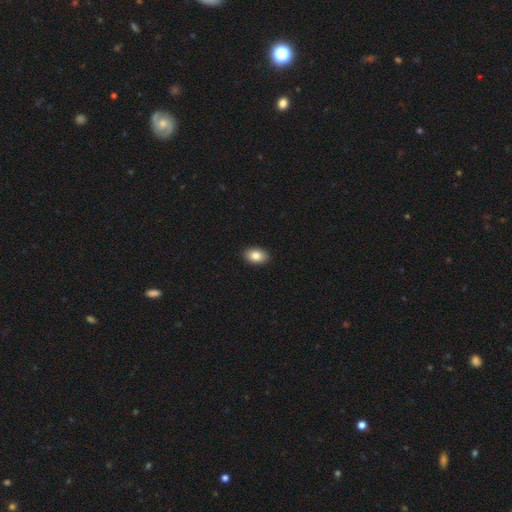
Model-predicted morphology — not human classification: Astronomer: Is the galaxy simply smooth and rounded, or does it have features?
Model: smooth — 85%.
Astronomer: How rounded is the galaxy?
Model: in between — 85%.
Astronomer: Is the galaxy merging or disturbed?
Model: none — 91%.